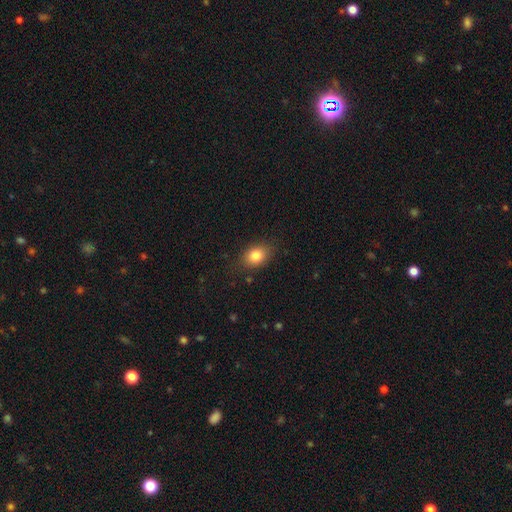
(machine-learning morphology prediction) smooth 82%, star or artifact 9%, featured or disk 8%. Down the decision tree: how rounded — in between (70%); merging — none (82%).